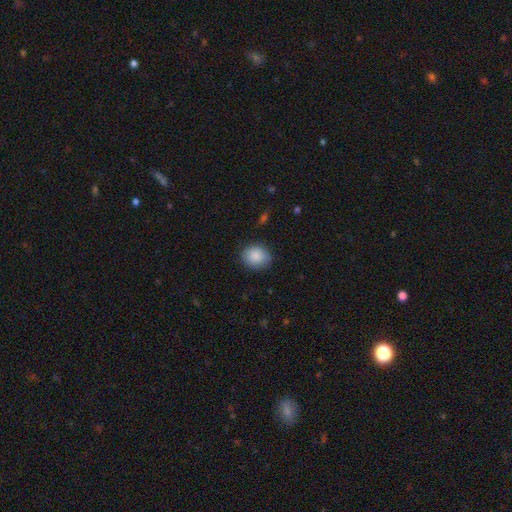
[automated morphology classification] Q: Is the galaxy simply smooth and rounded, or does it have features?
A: smooth — 88%.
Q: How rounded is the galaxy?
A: round — 66%.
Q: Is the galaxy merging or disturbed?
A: none — 82%.